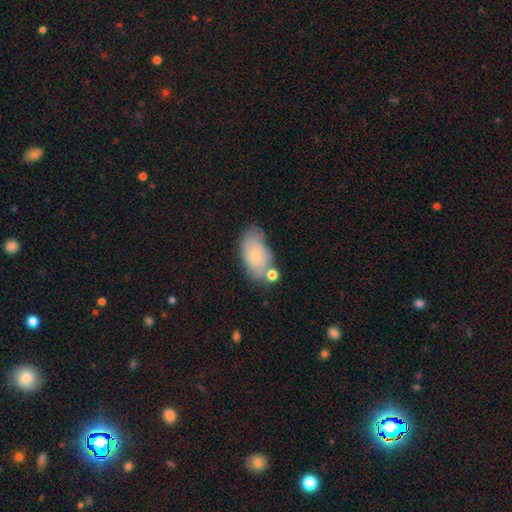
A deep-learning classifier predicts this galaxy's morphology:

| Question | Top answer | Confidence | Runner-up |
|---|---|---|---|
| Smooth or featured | smooth | 62% | featured or disk (29%) |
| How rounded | in between | 91% | round (6%) |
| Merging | none | 54% | minor disturbance (25%) |